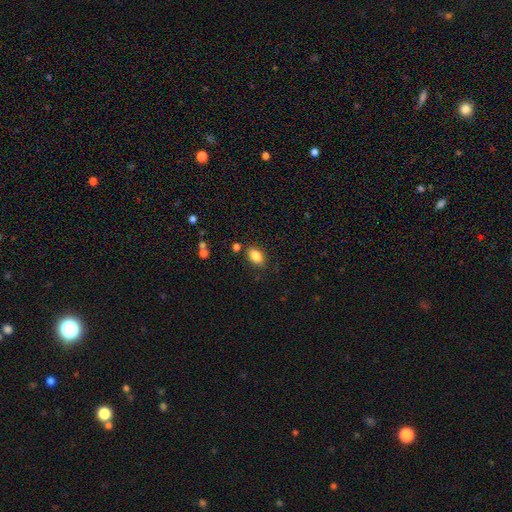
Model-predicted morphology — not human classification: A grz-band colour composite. It shows a smooth galaxy with no disk features (85%) that is in between round and cigar-shaped (88%). Merging: none (81%).